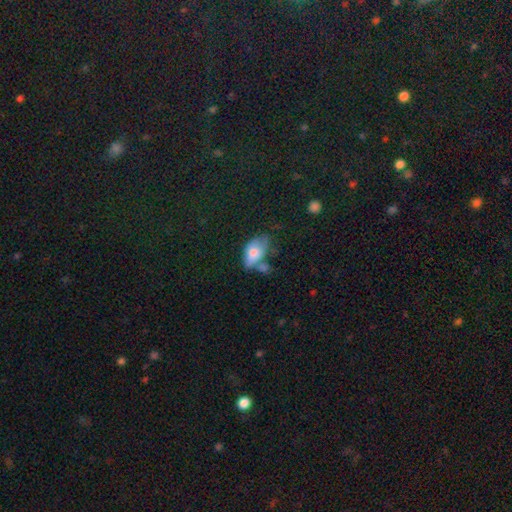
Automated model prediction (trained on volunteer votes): Smooth or featured? smooth (66%)
How rounded? in between (91%)
Merging? none (37%)